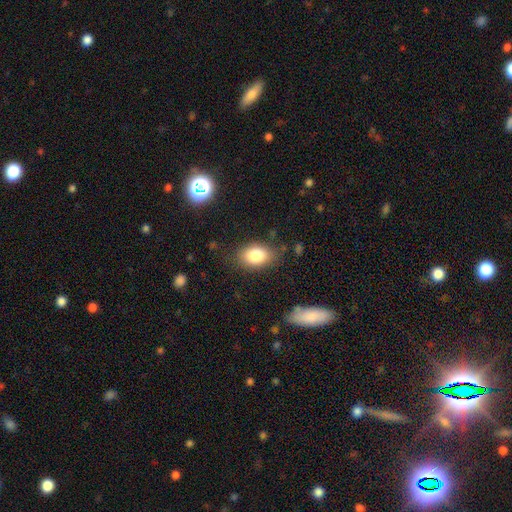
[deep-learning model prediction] This is clearly a smooth galaxy (83%). How rounded: clearly in between (87%). Merging: likely none (79%).